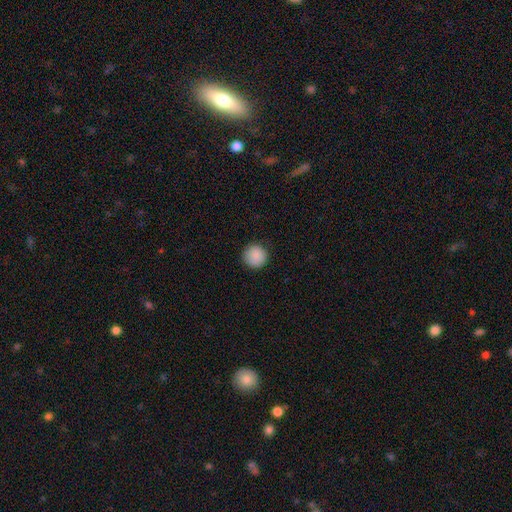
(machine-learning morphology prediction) A smooth galaxy with no disk features (89%) that is round (96%).

Vote fractions:
- Smooth or featured? smooth: 89% / star or artifact: 8% / featured or disk: 3%
- How rounded? round: 96% / in between: 3% / cigar-shaped: 1%
- Merging? none: 90% / minor disturbance: 7% / major disturbance: 2% / merger: 1%